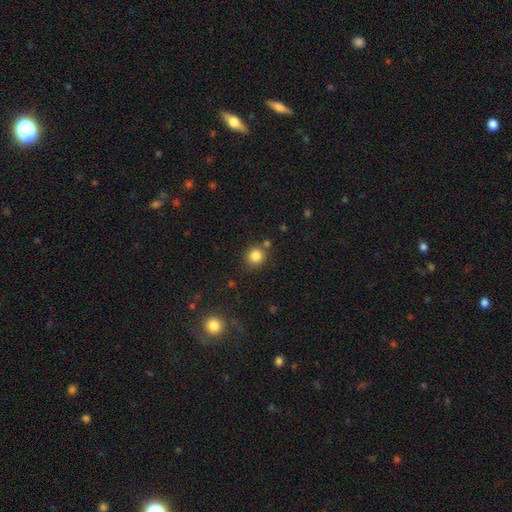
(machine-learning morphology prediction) A smooth galaxy with no disk features (84%) that is round (89%). Merging: none (80%).